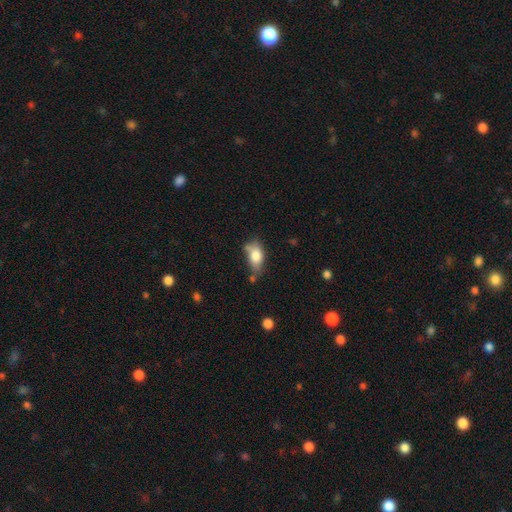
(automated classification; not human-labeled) A smooth galaxy with no disk features (78%) that is in between round and cigar-shaped (87%). Merging: none (49%).